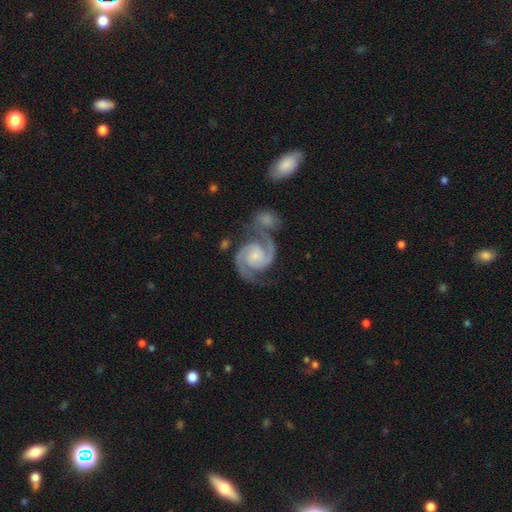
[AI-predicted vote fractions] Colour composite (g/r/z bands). It shows a featured or disk galaxy (93%) with no bar (67%), 2 (93%) medium (50%) spiral arms (99%) and a small central bulge (63%). Merging: none (51%).